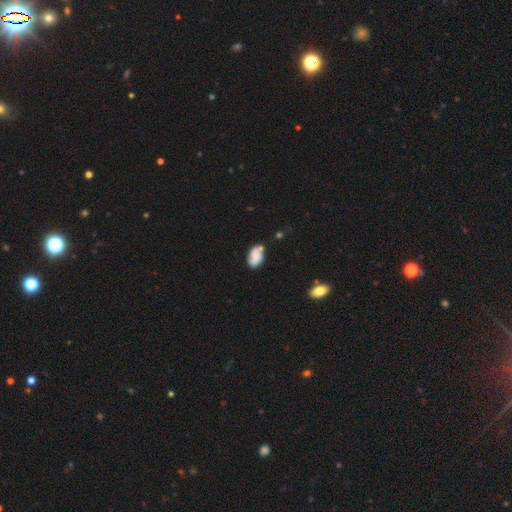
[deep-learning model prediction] smooth-or-featured: smooth: 72% | featured or disk: 19% | star or artifact: 9%
  how-rounded: in between: 91% | round: 7% | cigar-shaped: 2%
  merging: none: 57% | minor disturbance: 25% | merger: 11% | major disturbance: 6%